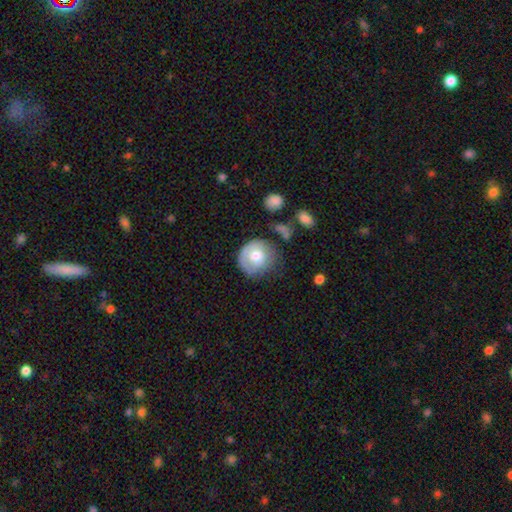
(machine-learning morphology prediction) This is likely a smooth galaxy (61%). How rounded: clearly round (86%). Merging: possibly none (54%).